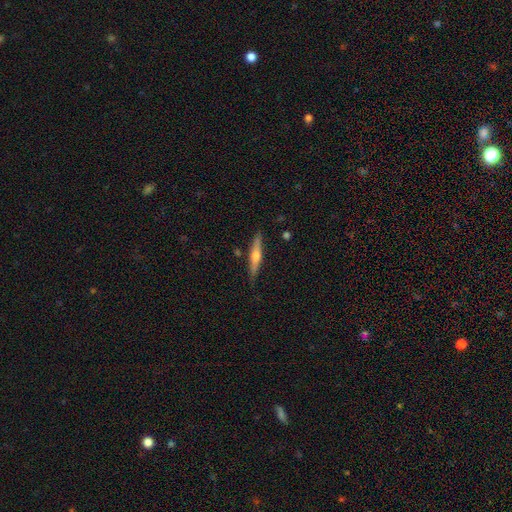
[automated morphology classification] smooth-or-featured: featured or disk: 60% | smooth: 35% | star or artifact: 6%
  disk-edge-on: yes: 97% | no: 3%
    edge-on-bulge: rounded: 87% | boxy: 7% | none: 7%
  merging: none: 87% | minor disturbance: 10% | major disturbance: 2% | merger: 2%